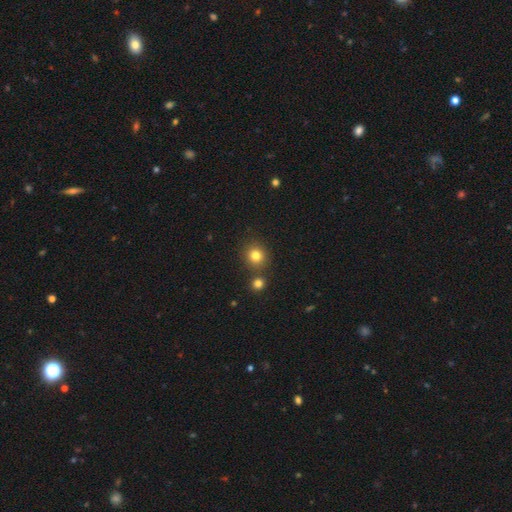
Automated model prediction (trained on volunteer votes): smooth_or_featured: smooth (p=0.81) [alt: star or artifact p=0.13]
how_rounded: round (p=0.88) [alt: in between p=0.11]
merging: none (p=0.78) [alt: merger p=0.12]